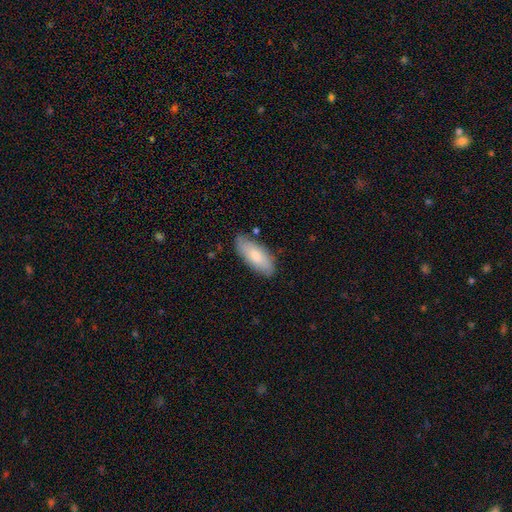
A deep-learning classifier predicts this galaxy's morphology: This appears to be a smooth galaxy with no disk features (76%) that is in between round and cigar-shaped (83%). Merging: none (79%).